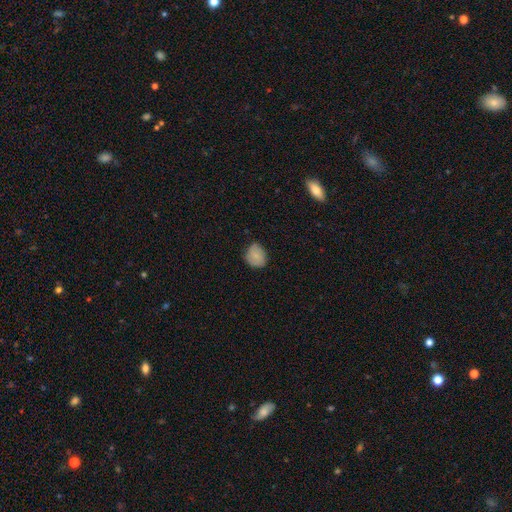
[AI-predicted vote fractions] This appears to be a smooth galaxy with no disk features (80%) that is round (66%). Merging: none (67%).